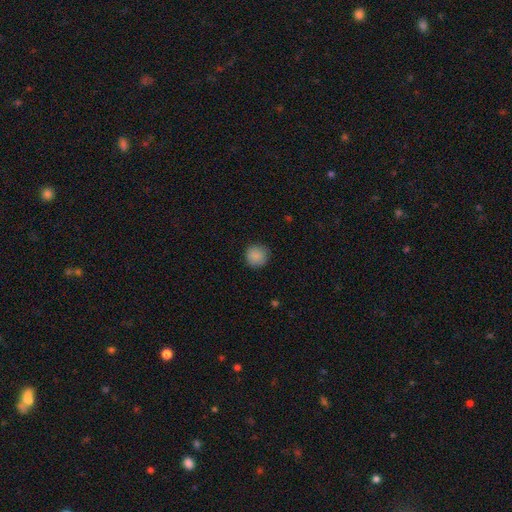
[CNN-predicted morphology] This is clearly a smooth galaxy (88%). How rounded: clearly round (94%). Merging: clearly none (88%).